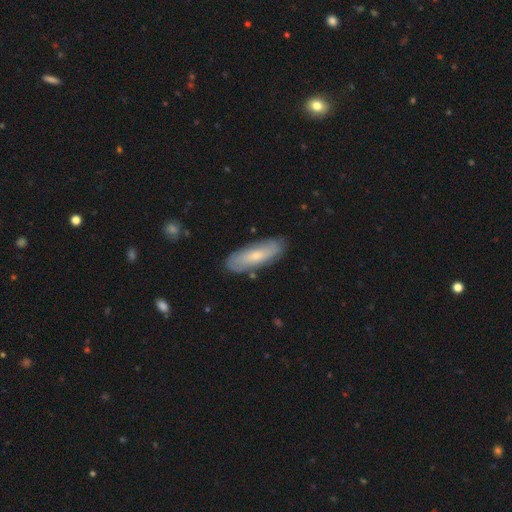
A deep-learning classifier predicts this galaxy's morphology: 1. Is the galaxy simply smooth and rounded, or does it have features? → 52% smooth, 42% featured or disk, 6% star or artifact.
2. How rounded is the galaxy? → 60% in between, 38% cigar-shaped, 2% round.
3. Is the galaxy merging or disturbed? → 82% none, 13% minor disturbance, 3% major disturbance, 2% merger.